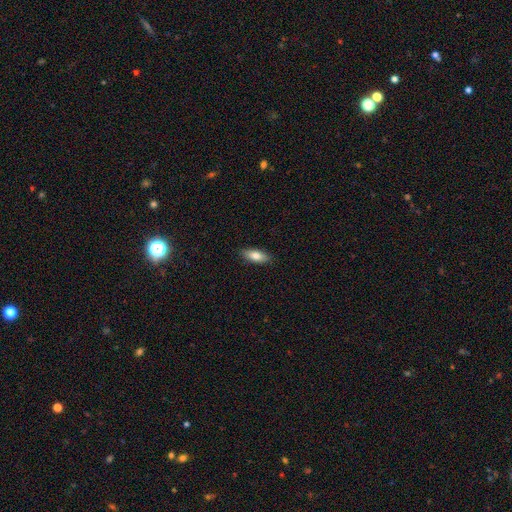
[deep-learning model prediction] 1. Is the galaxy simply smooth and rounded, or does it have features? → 81% smooth, 12% featured or disk, 6% star or artifact.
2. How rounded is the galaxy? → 77% in between, 20% cigar-shaped, 2% round.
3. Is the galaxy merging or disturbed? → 88% none, 9% minor disturbance, 2% major disturbance, 1% merger.